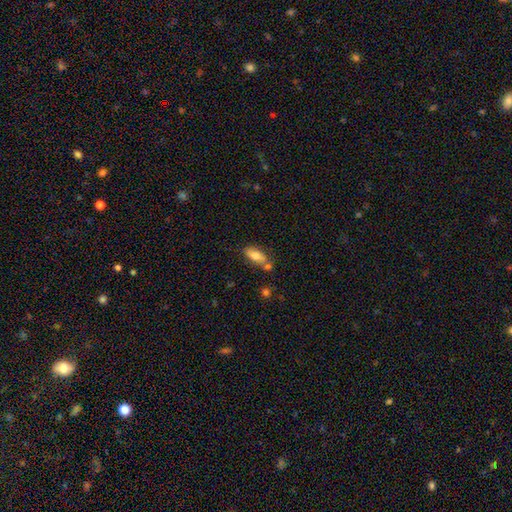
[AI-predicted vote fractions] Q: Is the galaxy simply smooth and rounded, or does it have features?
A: smooth — 76%.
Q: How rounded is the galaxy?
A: in between — 83%.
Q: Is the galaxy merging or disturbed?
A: none — 55%.